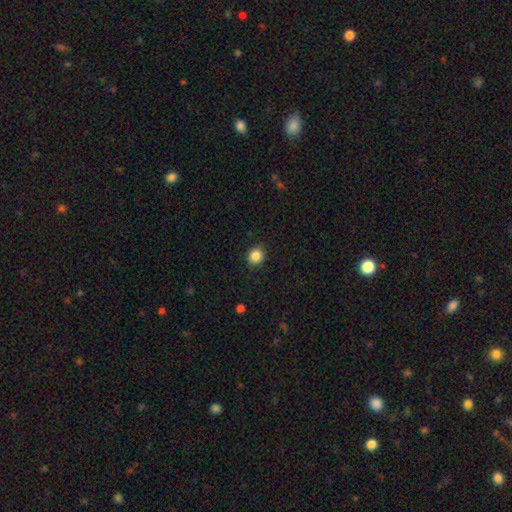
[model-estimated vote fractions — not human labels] Smooth or featured: smooth — 86% (star or artifact — 10%)
How rounded: round — 86% (in between — 13%)
Merging: none — 90% (minor disturbance — 7%)